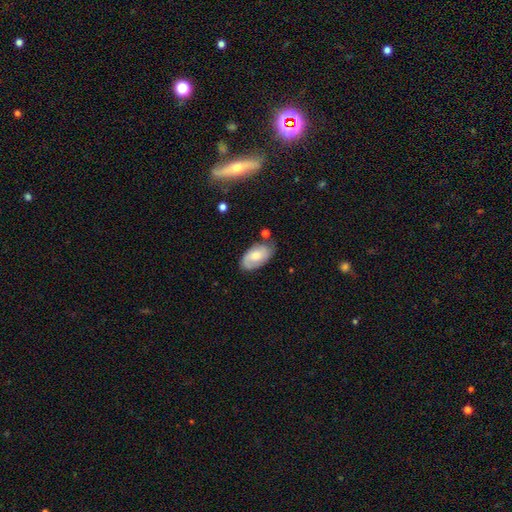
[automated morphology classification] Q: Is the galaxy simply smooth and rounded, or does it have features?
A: smooth — 54%.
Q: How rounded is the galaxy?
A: in between — 93%.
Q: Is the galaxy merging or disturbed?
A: none — 62%.